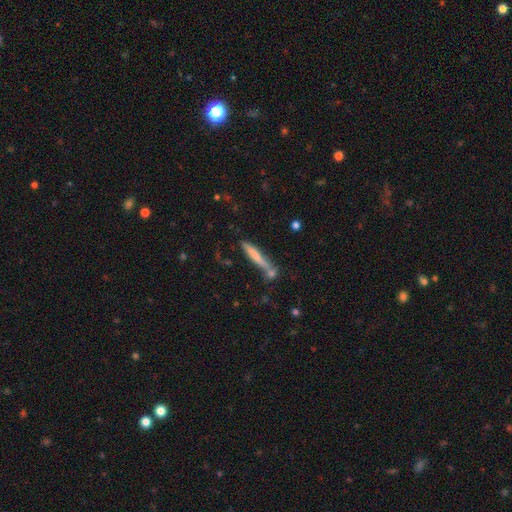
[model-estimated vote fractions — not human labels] This is likely a smooth galaxy (64%). How rounded: clearly cigar-shaped (93%). Merging: likely none (63%).